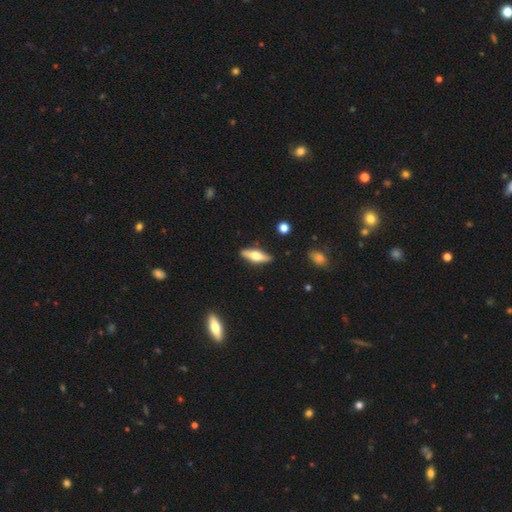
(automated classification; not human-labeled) Q: Smooth or featured?
A: featured or disk (48%); runner-up: smooth (46%)
Q: Merging?
A: none (87%); runner-up: minor disturbance (9%)